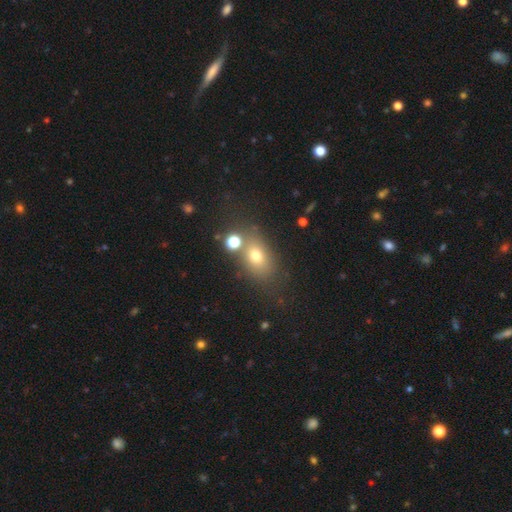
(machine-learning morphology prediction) smooth-or-featured: smooth: 69% | star or artifact: 16% | featured or disk: 15%
  how-rounded: in between: 69% | round: 28% | cigar-shaped: 3%
  merging: none: 62% | merger: 17% | minor disturbance: 14% | major disturbance: 7%